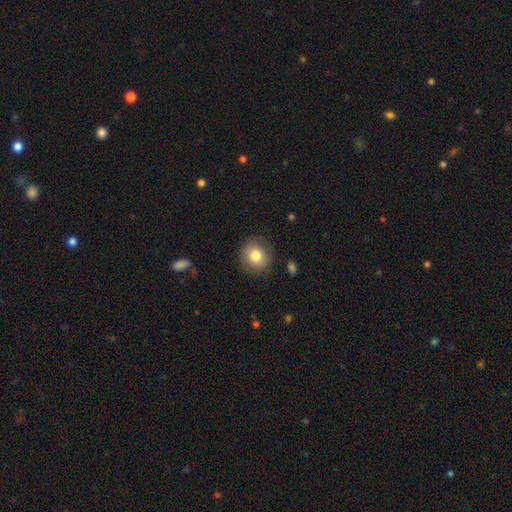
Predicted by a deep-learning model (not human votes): Smooth or featured?
  - smooth: 80% *
  - featured or disk: 11%
  - star or artifact: 9%
How rounded?
  - round: 85% *
  - in between: 14%
  - cigar-shaped: 1%
Merging?
  - none: 85% *
  - minor disturbance: 10%
  - major disturbance: 3%
  - merger: 1%